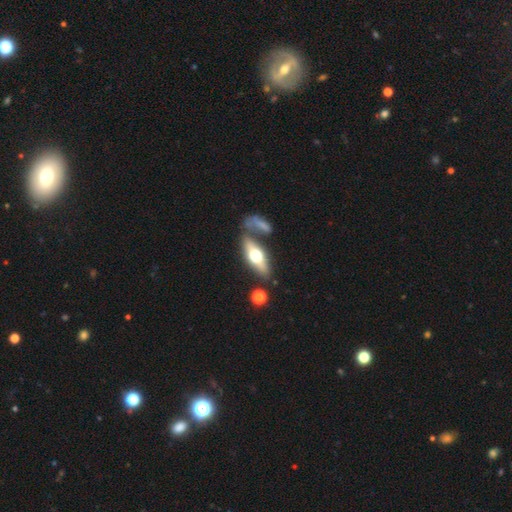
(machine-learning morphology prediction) The model was most divided on "smooth or featured": featured or disk: 51%, smooth: 43%, star or artifact: 7%. More confident: edge-on disk — yes (80%); merging — none (64%).